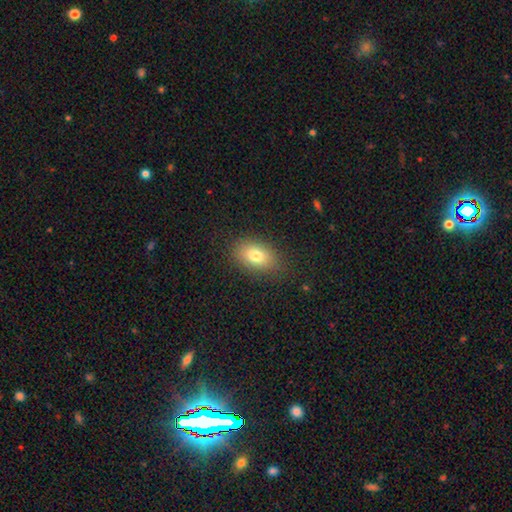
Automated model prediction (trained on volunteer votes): A smooth galaxy with no disk features (78%) that is in between round and cigar-shaped (86%).

Vote fractions:
- Smooth or featured? smooth: 78% / featured or disk: 12% / star or artifact: 10%
- How rounded? in between: 86% / round: 11% / cigar-shaped: 2%
- Merging? none: 84% / minor disturbance: 11% / major disturbance: 4% / merger: 1%